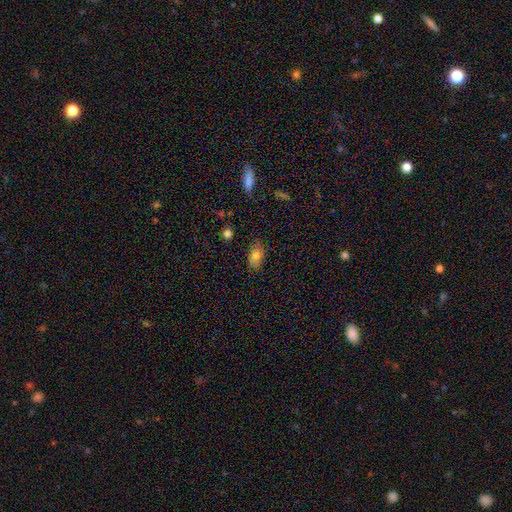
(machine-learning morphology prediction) smooth 79%, star or artifact 11%, featured or disk 10%. Down the decision tree: how rounded — in between (86%); merging — none (81%).